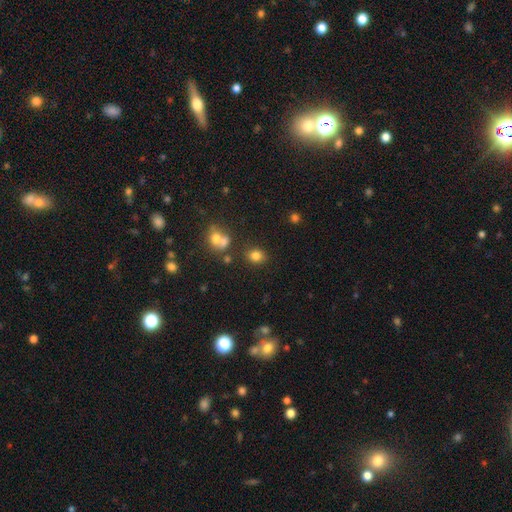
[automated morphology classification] The model was most divided on "how rounded": round: 60%, in between: 39%, cigar-shaped: 1%. More confident: smooth or featured — smooth (80%); merging — none (79%).